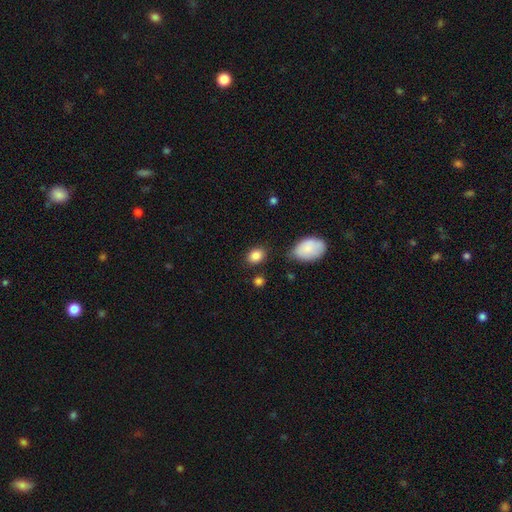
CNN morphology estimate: Smooth or featured?
  - smooth: 86% *
  - star or artifact: 9%
  - featured or disk: 5%
How rounded?
  - in between: 69% *
  - round: 30%
  - cigar-shaped: 1%
Merging?
  - none: 78% *
  - minor disturbance: 14%
  - merger: 4%
  - major disturbance: 4%